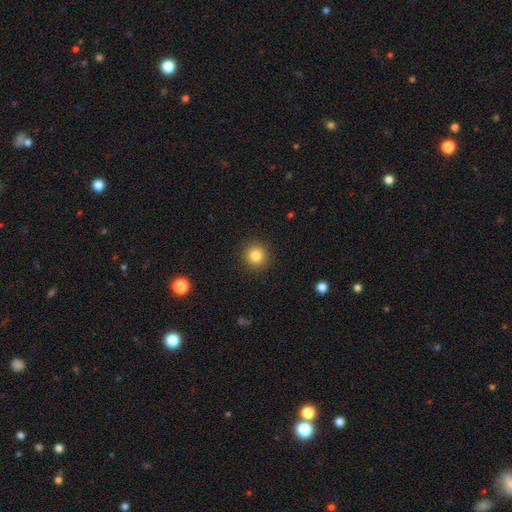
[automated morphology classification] A smooth galaxy with no disk features (83%) that is round (94%). Merging: none (91%).